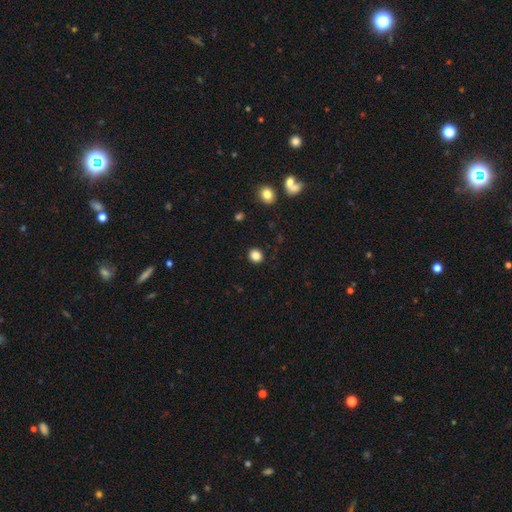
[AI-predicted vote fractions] This is clearly a smooth galaxy (86%). How rounded: likely round (80%). Merging: clearly none (90%).